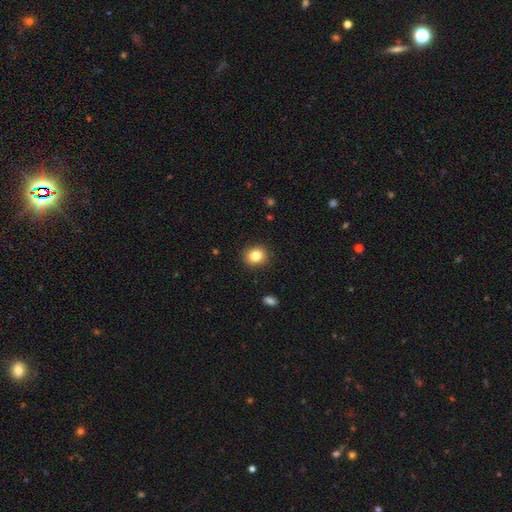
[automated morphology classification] The model was most divided on "how rounded": round: 77%, in between: 22%, cigar-shaped: 1%. More confident: merging — none (90%); smooth or featured — smooth (84%).